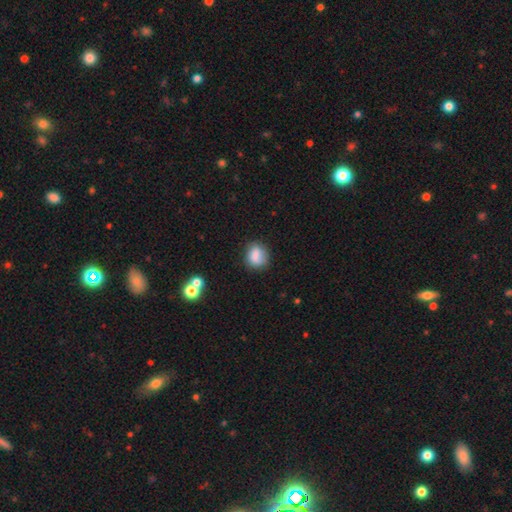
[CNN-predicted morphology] This is likely a smooth galaxy (79%). How rounded: likely round (68%). Merging: likely none (72%).